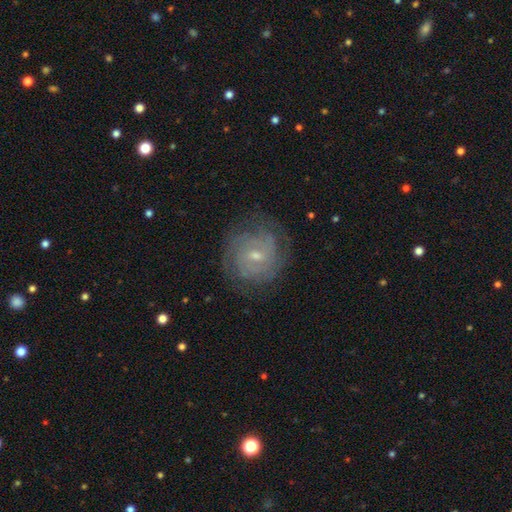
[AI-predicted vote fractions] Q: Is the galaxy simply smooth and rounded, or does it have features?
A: featured or disk — 78%.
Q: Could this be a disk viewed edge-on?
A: no — 97%.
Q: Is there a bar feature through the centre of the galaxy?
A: weak — 55%.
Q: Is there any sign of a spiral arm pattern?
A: yes — 92%.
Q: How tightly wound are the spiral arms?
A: tight — 70%.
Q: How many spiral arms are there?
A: can't tell — 42%.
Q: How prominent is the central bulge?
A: small — 59%.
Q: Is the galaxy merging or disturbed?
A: none — 75%.